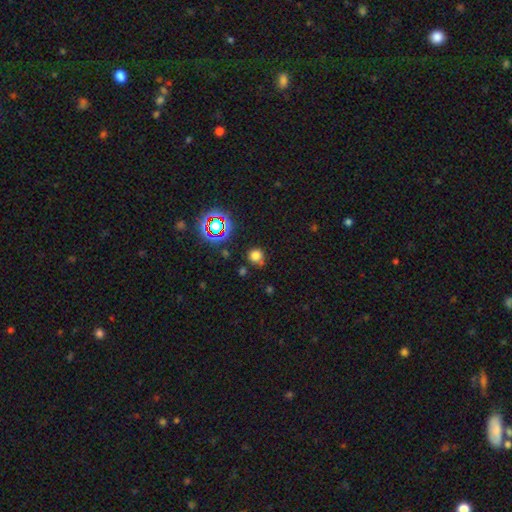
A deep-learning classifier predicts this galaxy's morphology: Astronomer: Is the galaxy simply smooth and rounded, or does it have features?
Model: smooth — 73%.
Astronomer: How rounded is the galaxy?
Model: round — 89%.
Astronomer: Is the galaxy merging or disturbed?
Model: none — 72%.